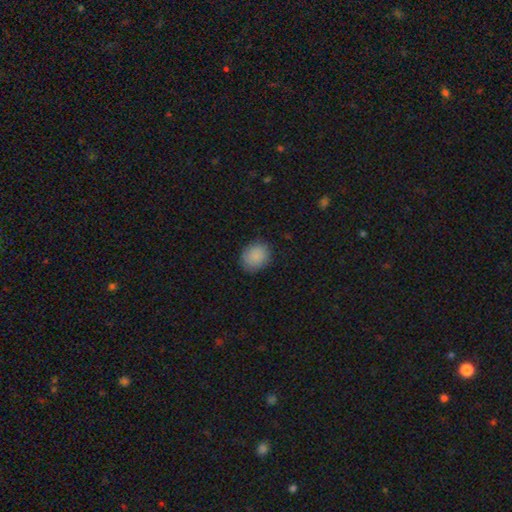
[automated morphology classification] A smooth galaxy with no disk features (88%) that is round (59%). Merging: none (83%).